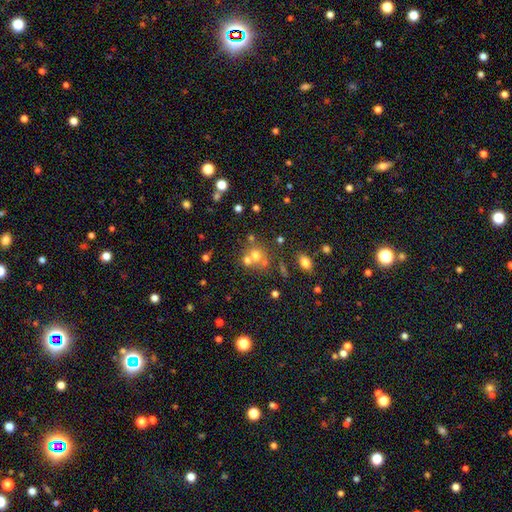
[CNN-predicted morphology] A smooth galaxy with no disk features (60%) that is round (81%). Merging: none (46%).